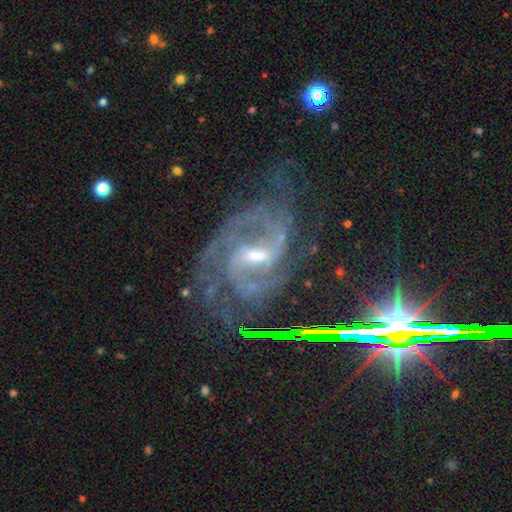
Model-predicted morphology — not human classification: This appears to be a featured or disk galaxy (90%) with a weak bar (53%), 2 (57%) medium (53%) spiral arms (97%) and a moderate central bulge (47%). Merging: none (61%).